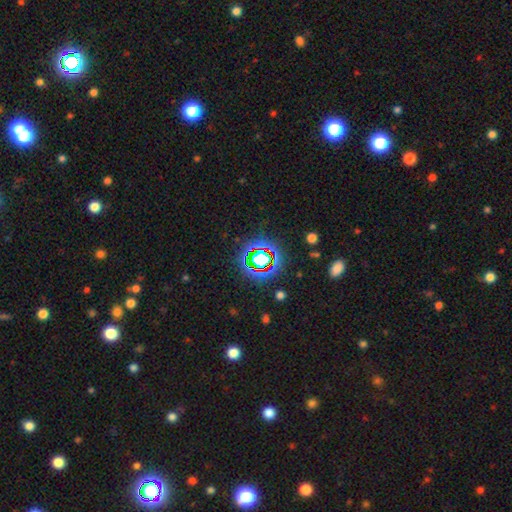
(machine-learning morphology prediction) The model was most divided on "smooth or featured": star or artifact: 77%, smooth: 14%, featured or disk: 9%.